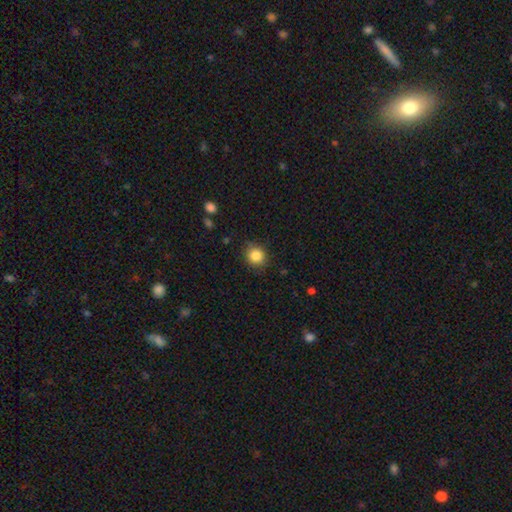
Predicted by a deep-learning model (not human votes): This appears to be a smooth galaxy with no disk features (85%) that is round (82%). Merging: none (84%).